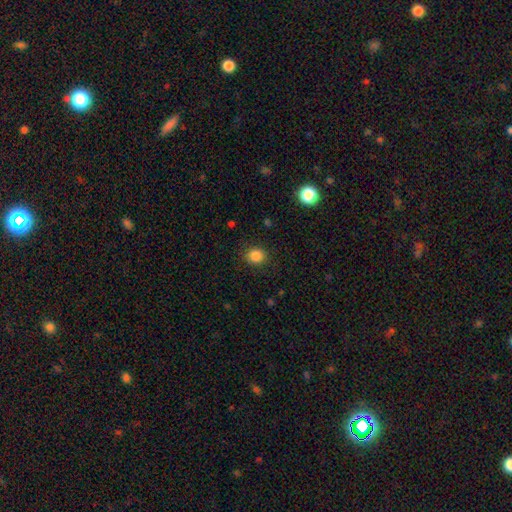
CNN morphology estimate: The model was most divided on "how rounded": round: 74%, in between: 25%, cigar-shaped: 1%. More confident: merging — none (88%); smooth or featured — smooth (85%).